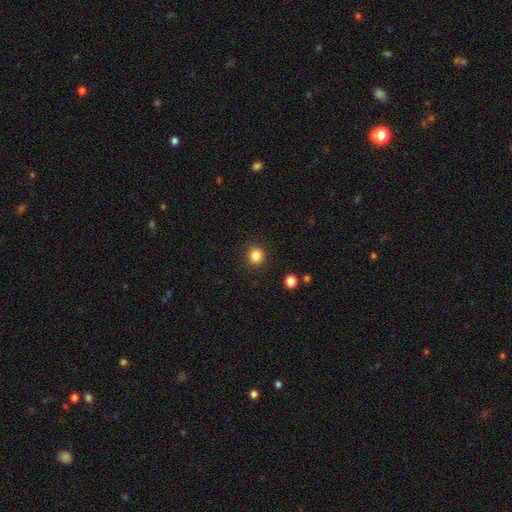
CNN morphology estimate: smooth 85%, star or artifact 11%, featured or disk 4%. Down the decision tree: how rounded — round (90%); merging — none (91%).